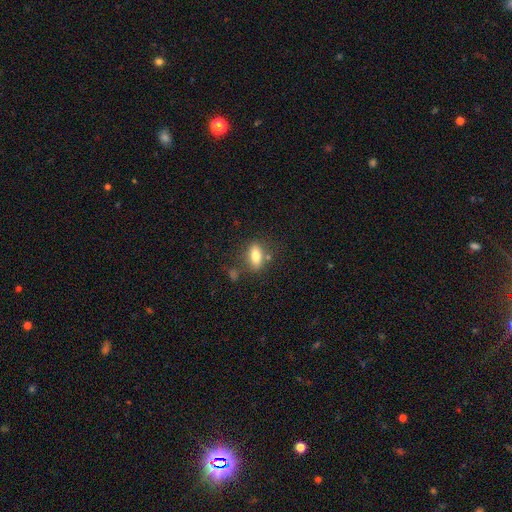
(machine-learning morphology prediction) A smooth galaxy with no disk features (75%) that is in between round and cigar-shaped (81%).

Vote fractions:
- Smooth or featured? smooth: 75% / featured or disk: 16% / star or artifact: 8%
- How rounded? in between: 81% / cigar-shaped: 10% / round: 9%
- Merging? none: 73% / minor disturbance: 14% / merger: 8% / major disturbance: 5%